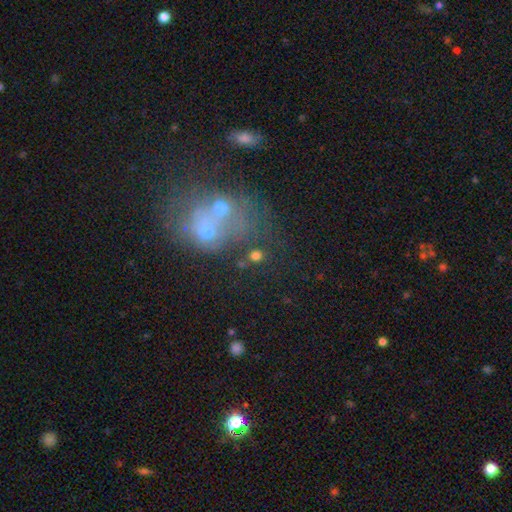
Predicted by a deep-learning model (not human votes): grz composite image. It shows a smooth galaxy with no disk features (73%) that is round (78%). Merging: none (70%).